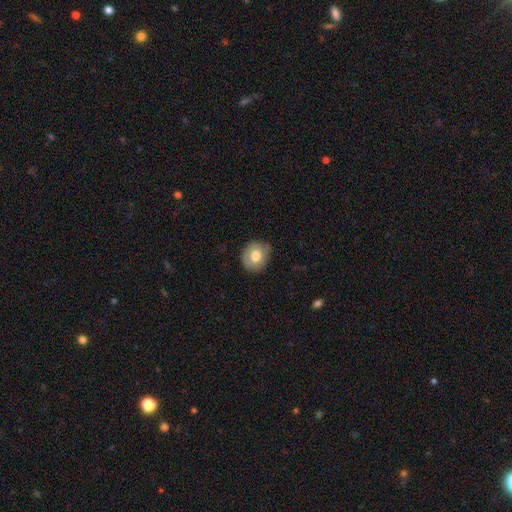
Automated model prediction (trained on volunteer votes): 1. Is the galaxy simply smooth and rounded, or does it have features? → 72% smooth, 20% featured or disk, 8% star or artifact.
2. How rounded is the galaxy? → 75% round, 24% in between, 1% cigar-shaped.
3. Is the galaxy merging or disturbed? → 74% none, 21% minor disturbance, 4% major disturbance, 1% merger.